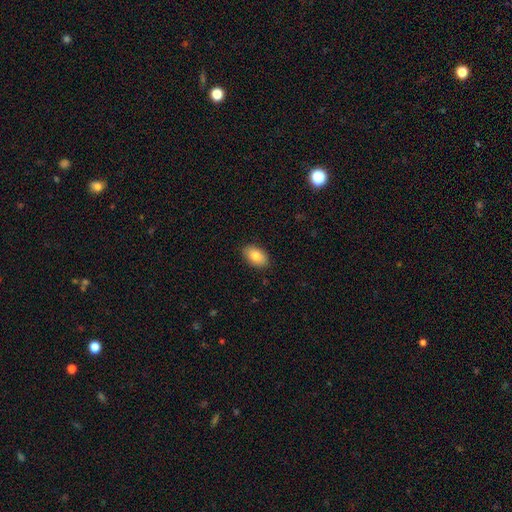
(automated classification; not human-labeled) smooth 85%, featured or disk 8%, star or artifact 7%. Down the decision tree: how rounded — in between (92%); merging — none (88%).